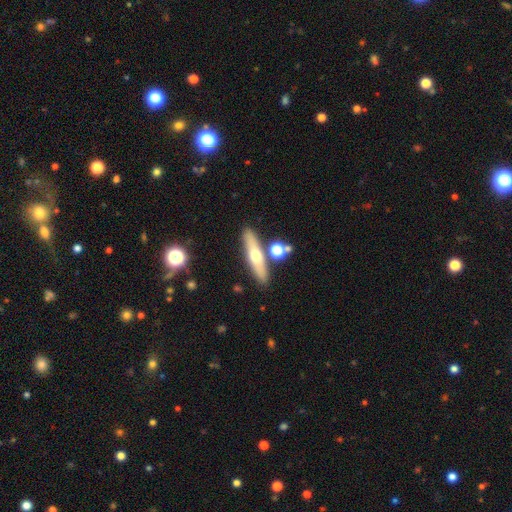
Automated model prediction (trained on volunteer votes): This appears to be a smooth galaxy with no disk features (49%). Merging: none (81%).